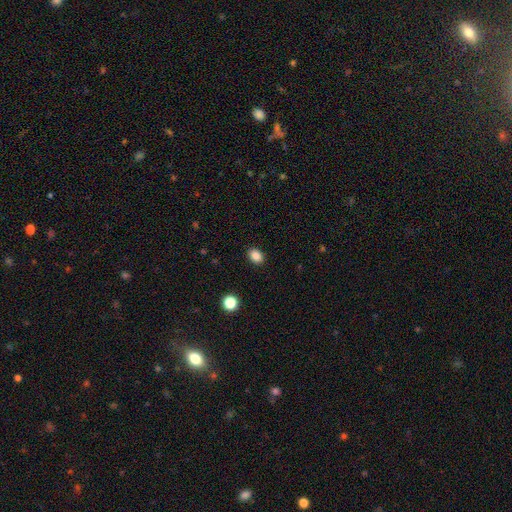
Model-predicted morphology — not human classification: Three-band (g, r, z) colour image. It shows a smooth galaxy with no disk features (86%) that is in between round and cigar-shaped (73%). Merging: none (89%).